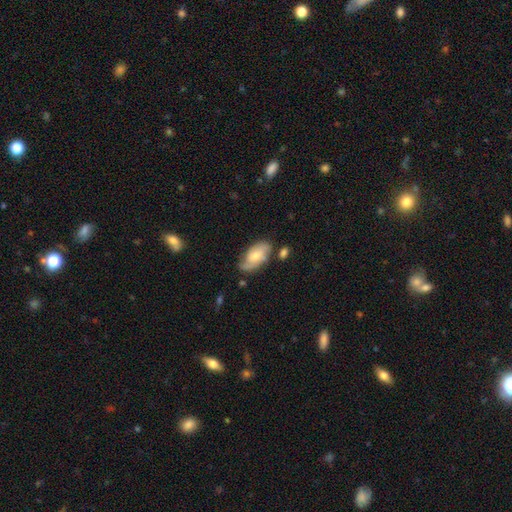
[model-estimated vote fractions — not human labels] Smooth or featured: featured or disk — 52% (smooth — 41%)
Edge-on disk: no — 93% (yes — 7%)
Merging: none — 60% (minor disturbance — 25%)